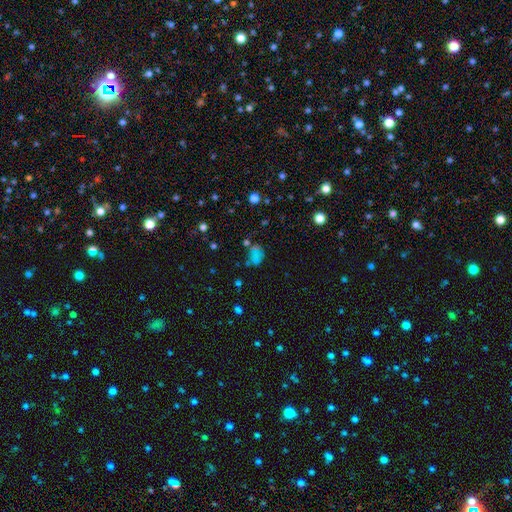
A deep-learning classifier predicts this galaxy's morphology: Smooth or featured? smooth (59%)
How rounded? in between (70%)
Merging? none (43%)